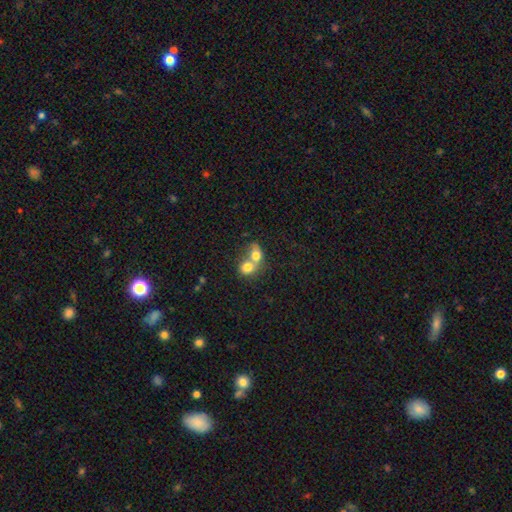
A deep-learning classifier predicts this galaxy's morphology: This appears to be a smooth galaxy with no disk features (74%) that is round (55%). Merging: merger (76%).